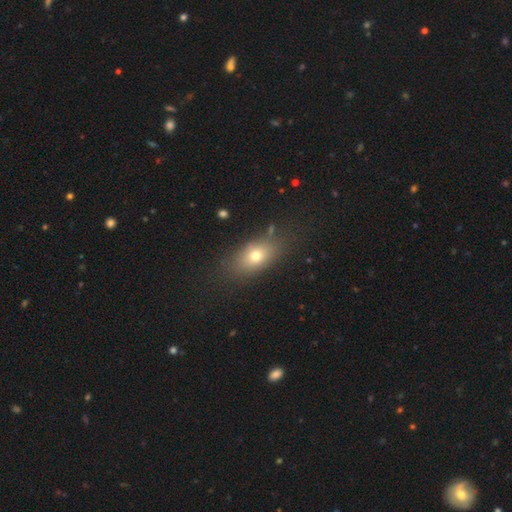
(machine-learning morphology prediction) This appears to be a smooth galaxy with no disk features (71%) that is in between round and cigar-shaped (78%). Merging: none (79%).